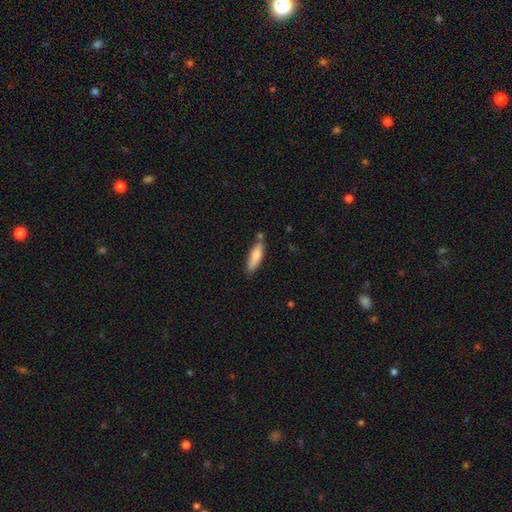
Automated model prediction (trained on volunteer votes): Smooth or featured?
  - smooth: 80% *
  - featured or disk: 14%
  - star or artifact: 6%
How rounded?
  - cigar-shaped: 58% *
  - in between: 40%
  - round: 2%
Merging?
  - none: 71% *
  - minor disturbance: 17%
  - merger: 9%
  - major disturbance: 3%